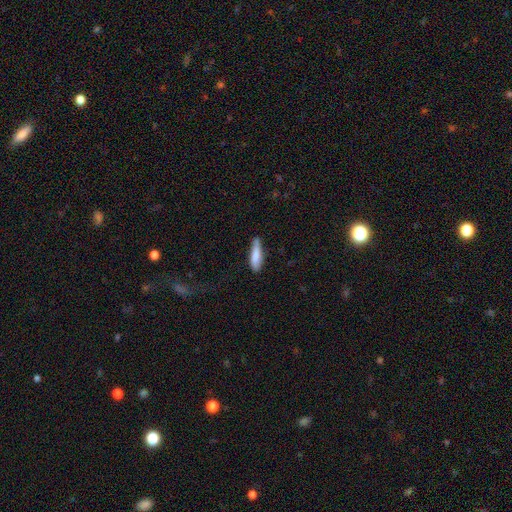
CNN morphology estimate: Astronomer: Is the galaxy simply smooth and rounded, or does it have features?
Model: smooth — 77%.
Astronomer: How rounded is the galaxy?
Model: cigar-shaped — 71%.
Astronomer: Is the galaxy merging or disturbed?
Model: none — 69%.